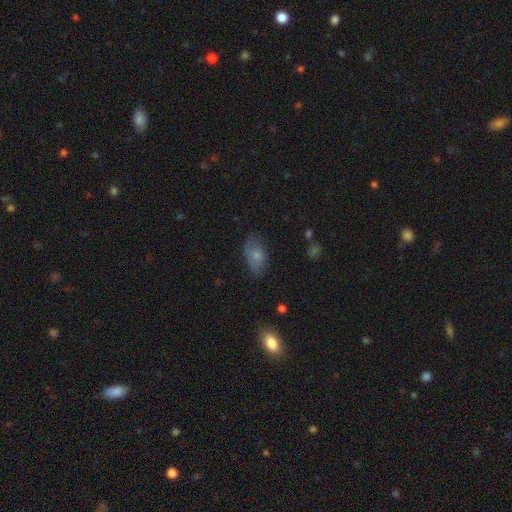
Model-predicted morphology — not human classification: The model was most divided on "merging": none: 71%, minor disturbance: 22%, major disturbance: 6%, merger: 1%. More confident: how rounded — in between (90%); smooth or featured — smooth (73%).